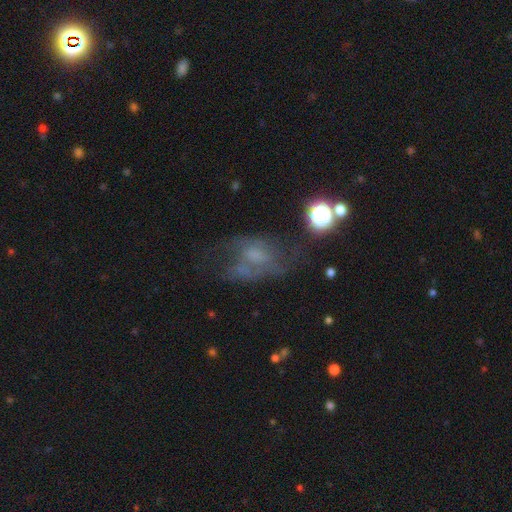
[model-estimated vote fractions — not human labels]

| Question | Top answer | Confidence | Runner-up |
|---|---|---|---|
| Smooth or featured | featured or disk | 50% | smooth (30%) |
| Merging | none | 38% | major disturbance (33%) |